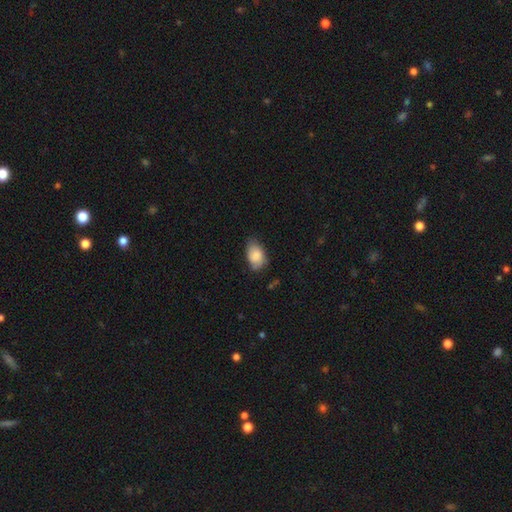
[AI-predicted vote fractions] Morphology: type=smooth (84%); roundness=in between (89%); merging=none (61%).